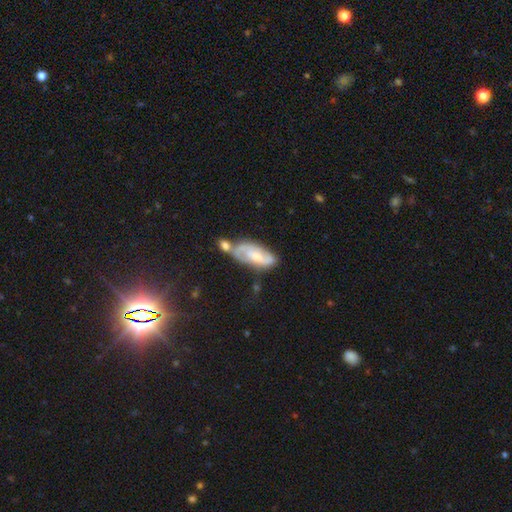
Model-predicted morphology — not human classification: Smooth or featured? Predicted: featured or disk (p=0.69). Edge-on disk? Predicted: no (p=0.91). Bar? Predicted: weak (p=0.45). Spiral arms? Predicted: yes (p=0.89). Spiral winding? Predicted: medium (p=0.45). Spiral arm count? Predicted: 2 (p=0.73). Bulge size? Predicted: moderate (p=0.50). Merging? Predicted: none (p=0.41).